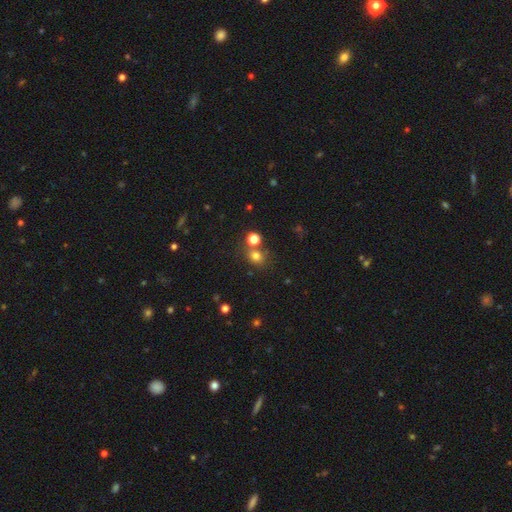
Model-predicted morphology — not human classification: This appears to be a smooth galaxy with no disk features (74%) that is round (74%). Merging: none (66%).